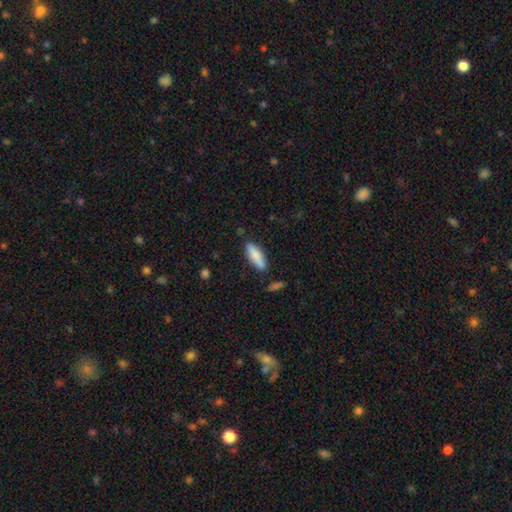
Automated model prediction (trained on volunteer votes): Smooth or featured: smooth — 84% (featured or disk — 10%)
How rounded: in between — 54% (cigar-shaped — 44%)
Merging: none — 80% (minor disturbance — 13%)